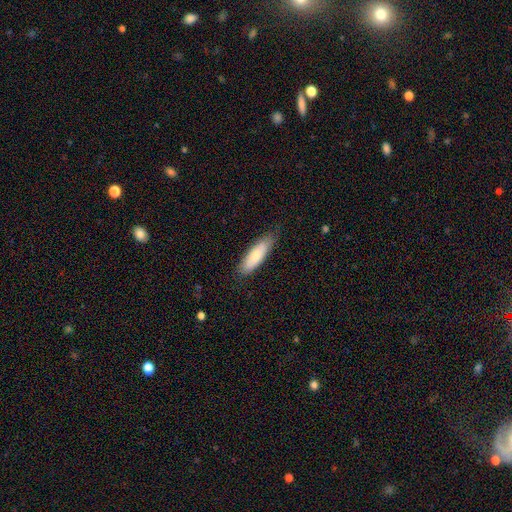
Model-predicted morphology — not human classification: Smooth or featured? Predicted: smooth (p=0.74). How rounded? Predicted: in between (p=0.57). Merging? Predicted: none (p=0.75).